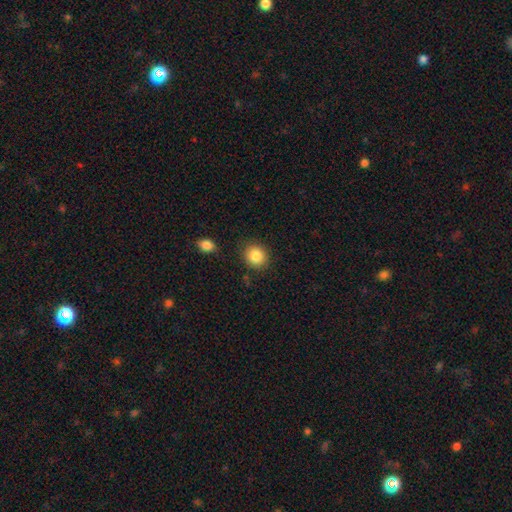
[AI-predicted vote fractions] The model was most divided on "how rounded": round: 83%, in between: 16%, cigar-shaped: 1%. More confident: merging — none (86%); smooth or featured — smooth (86%).